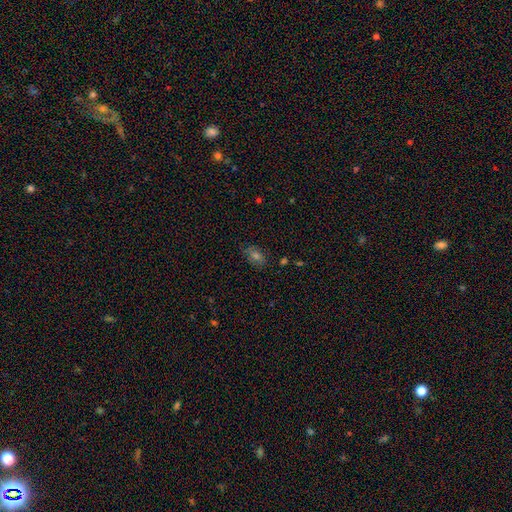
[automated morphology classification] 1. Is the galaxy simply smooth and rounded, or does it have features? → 54% smooth, 26% star or artifact, 20% featured or disk.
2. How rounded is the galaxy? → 78% in between, 20% round, 3% cigar-shaped.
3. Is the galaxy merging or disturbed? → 77% none, 16% minor disturbance, 4% major disturbance, 2% merger.